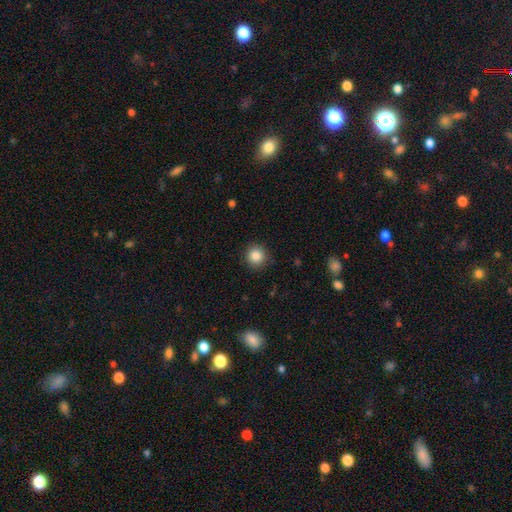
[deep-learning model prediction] This appears to be a smooth galaxy with no disk features (86%) that is round (93%). Merging: none (89%).